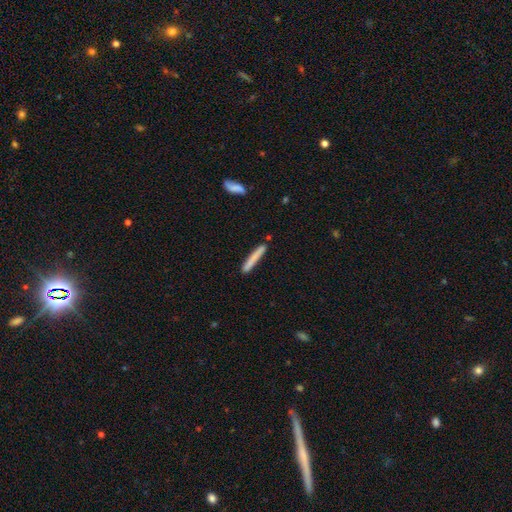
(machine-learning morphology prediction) Q: Smooth or featured?
A: smooth (78%); runner-up: featured or disk (16%)
Q: How rounded?
A: cigar-shaped (96%); runner-up: in between (3%)
Q: Merging?
A: none (85%); runner-up: minor disturbance (10%)